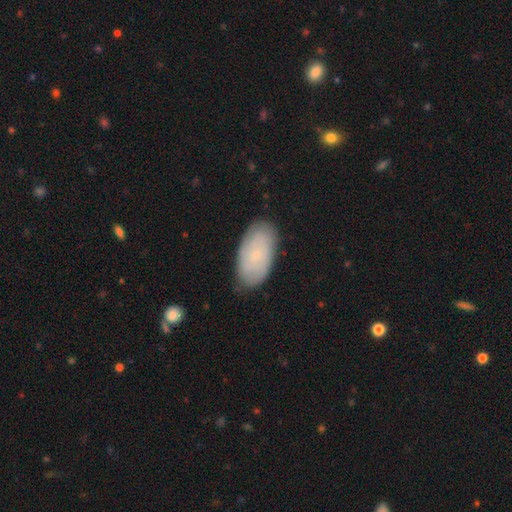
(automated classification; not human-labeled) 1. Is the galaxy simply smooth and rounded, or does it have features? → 55% smooth, 38% featured or disk, 7% star or artifact.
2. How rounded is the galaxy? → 94% in between, 3% round, 2% cigar-shaped.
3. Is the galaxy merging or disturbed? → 81% none, 14% minor disturbance, 3% major disturbance, 1% merger.